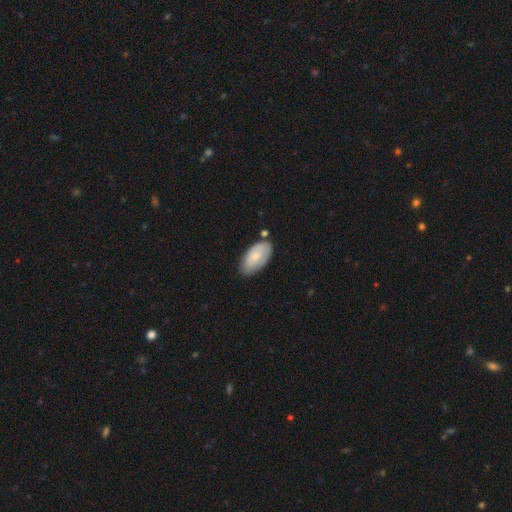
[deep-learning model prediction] Smooth or featured? Predicted: smooth (p=0.74). How rounded? Predicted: in between (p=0.95). Merging? Predicted: none (p=0.69).